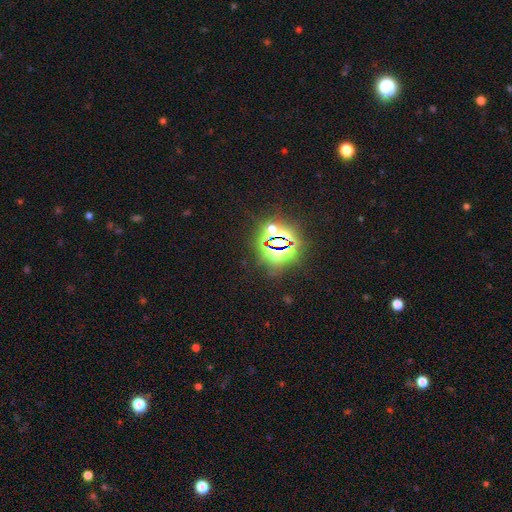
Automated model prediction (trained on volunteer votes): This is clearly a star or artifact rather than a galaxy (83%).